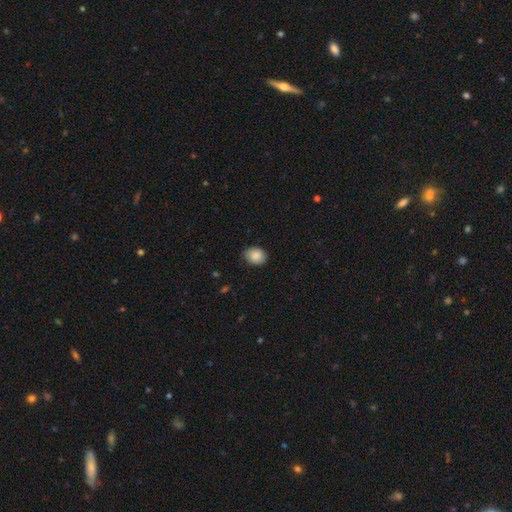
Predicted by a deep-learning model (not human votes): Smooth or featured?
  - smooth: 85% *
  - star or artifact: 8%
  - featured or disk: 8%
How rounded?
  - round: 50% *
  - in between: 49%
  - cigar-shaped: 1%
Merging?
  - none: 78% *
  - minor disturbance: 18%
  - major disturbance: 3%
  - merger: 1%